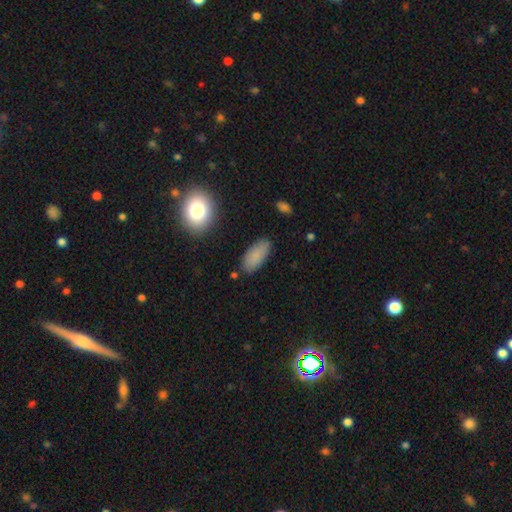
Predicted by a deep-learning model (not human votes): smooth 85%, featured or disk 8%, star or artifact 8%. Down the decision tree: how rounded — in between (88%); merging — none (83%).